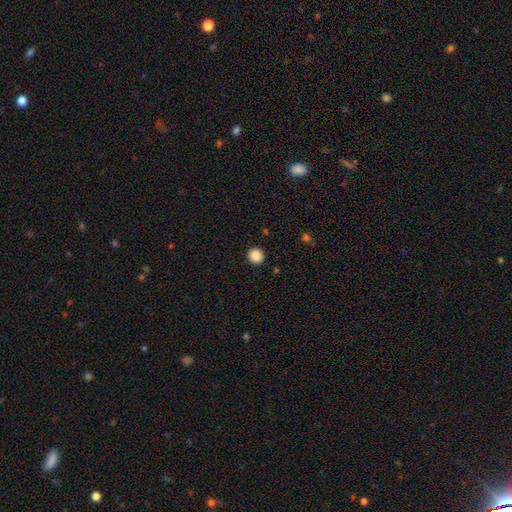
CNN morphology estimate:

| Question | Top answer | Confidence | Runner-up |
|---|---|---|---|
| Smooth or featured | smooth | 88% | star or artifact (9%) |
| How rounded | round | 86% | in between (13%) |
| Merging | none | 92% | minor disturbance (5%) |